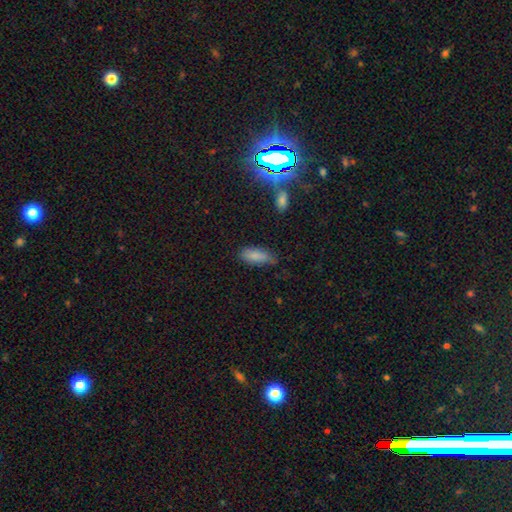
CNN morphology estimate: smooth 85%, featured or disk 7%, star or artifact 7%. Down the decision tree: how rounded — in between (78%); merging — none (66%).